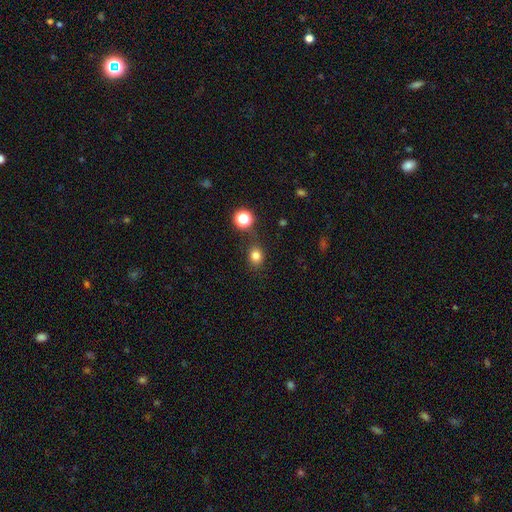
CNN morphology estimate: smooth-or-featured: smooth: 79% | star or artifact: 15% | featured or disk: 6%
  how-rounded: round: 63% | in between: 36% | cigar-shaped: 1%
  merging: none: 77% | minor disturbance: 14% | merger: 5% | major disturbance: 4%